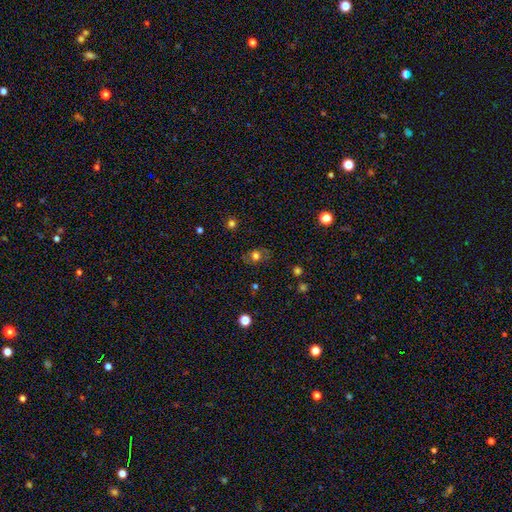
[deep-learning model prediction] The model was most divided on "how rounded": round: 55%, in between: 43%, cigar-shaped: 2%. More confident: merging — none (77%); smooth or featured — smooth (65%).